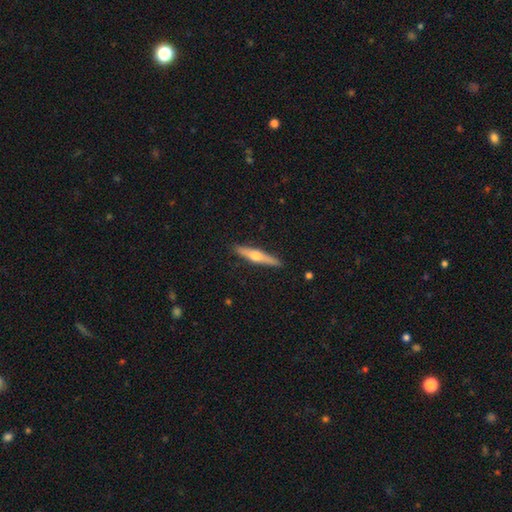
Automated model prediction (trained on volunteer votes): This is likely a featured or disk galaxy (61%). It is clearly viewed edge-on (96%). Edge-on bulge: clearly rounded (93%). Merging: clearly none (91%).